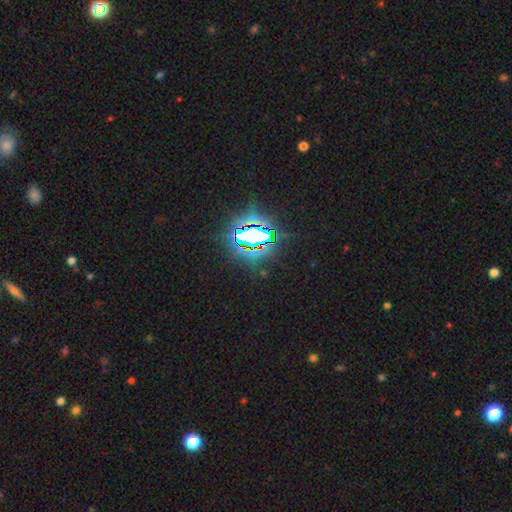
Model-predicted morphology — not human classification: A star or artifact, not a galaxy (81%).